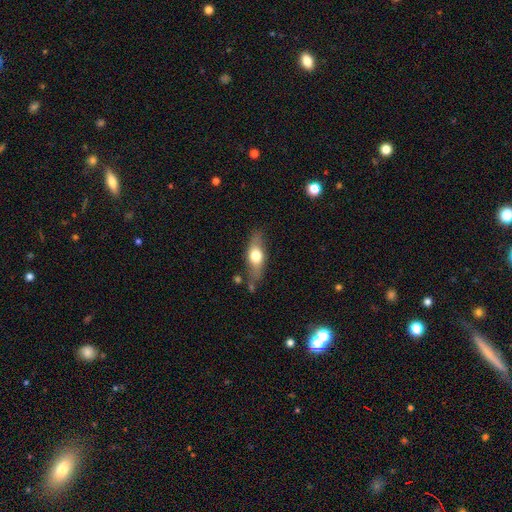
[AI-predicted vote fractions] smooth_or_featured: smooth (p=0.54) [alt: featured or disk p=0.39]
how_rounded: in between (p=0.60) [alt: cigar-shaped p=0.34]
merging: none (p=0.72) [alt: minor disturbance p=0.18]